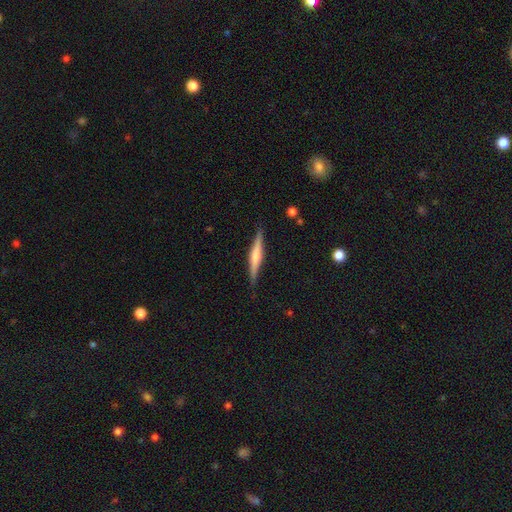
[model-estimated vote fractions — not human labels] Overall: featured or disk (60%; smooth 34%). Edge-on disk: yes (97%). Edge-on bulge: rounded (60%; boxy 20%). Merging: none (88%).